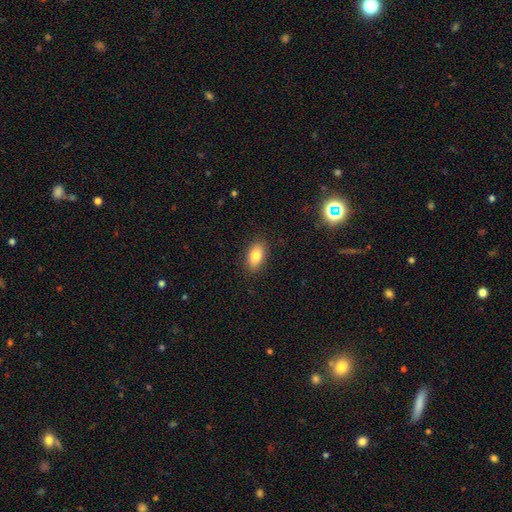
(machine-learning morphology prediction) This is clearly a smooth galaxy (82%). How rounded: clearly in between (90%). Merging: clearly none (87%).